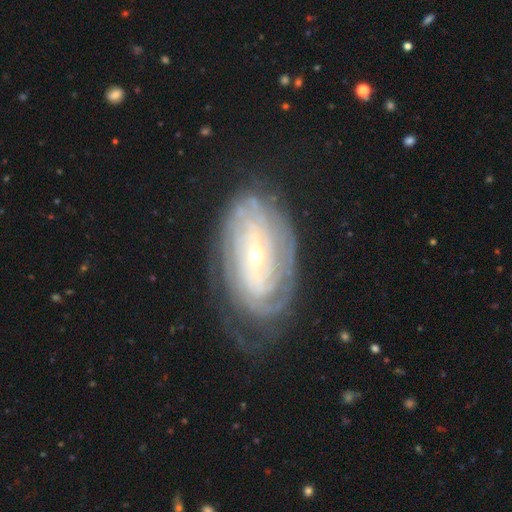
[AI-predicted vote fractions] A featured or disk galaxy (86%) with no bar (55%), tight (81%) spiral arms (94%) and a small central bulge (72%).

Vote fractions:
- Smooth or featured? featured or disk: 86% / smooth: 8% / star or artifact: 6%
- Edge-on disk? no: 94% / yes: 6%
- Bar? no: 55% / weak: 30% / strong: 15%
- Spiral arms? yes: 94% / no: 6%
- Spiral winding? tight: 81% / medium: 15% / loose: 4%
- Spiral arm count? can't tell: 45% / 2: 14% / 4: 14% / 3: 11% / more than 4: 10% / 1: 5%
- Bulge size? small: 72% / moderate: 25% / large: 2% / none: 1% / dominant: 1%
- Merging? none: 71% / minor disturbance: 19% / major disturbance: 8% / merger: 1%